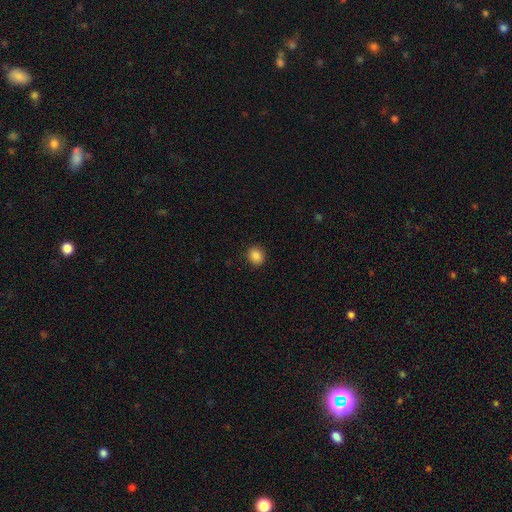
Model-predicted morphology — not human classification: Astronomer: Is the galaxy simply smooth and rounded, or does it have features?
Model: smooth — 86%.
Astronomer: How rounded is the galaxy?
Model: round — 83%.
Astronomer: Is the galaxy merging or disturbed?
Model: none — 91%.